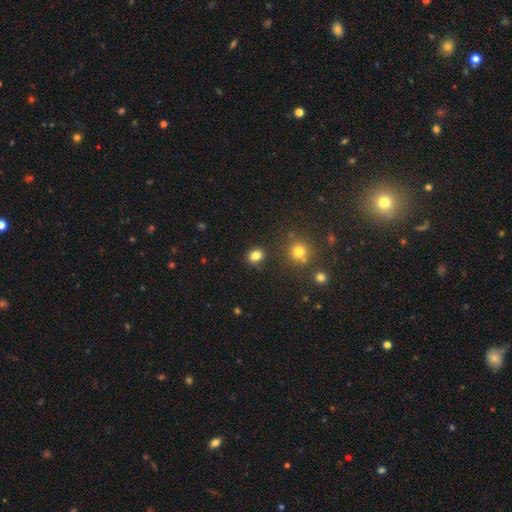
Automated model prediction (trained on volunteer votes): Morphology: type=smooth (82%); roundness=round (65%); merging=none (87%).